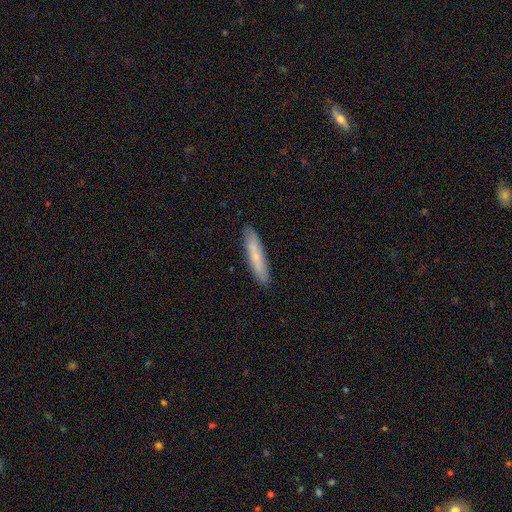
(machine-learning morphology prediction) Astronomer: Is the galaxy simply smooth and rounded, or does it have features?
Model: smooth — 73%.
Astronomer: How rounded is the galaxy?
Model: cigar-shaped — 90%.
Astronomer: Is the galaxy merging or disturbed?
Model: none — 90%.